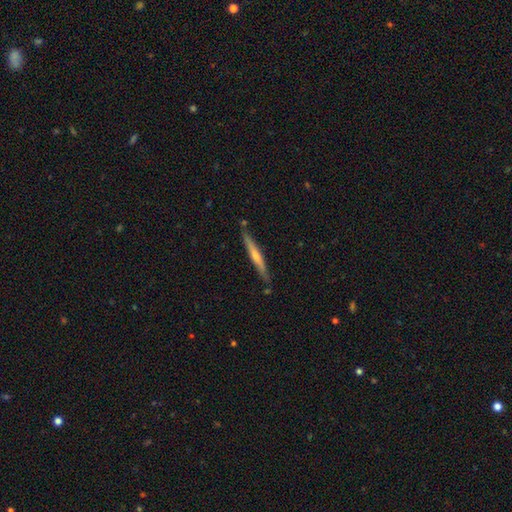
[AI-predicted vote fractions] The model was most divided on "smooth or featured": featured or disk: 50%, smooth: 45%, star or artifact: 5%. More confident: edge-on disk — yes (96%); merging — none (83%).